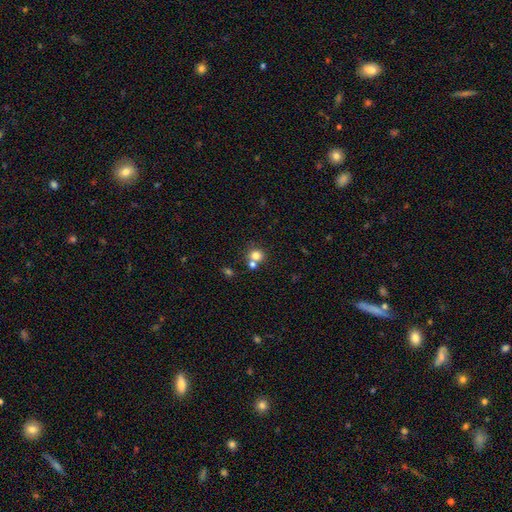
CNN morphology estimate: smooth 77%, star or artifact 13%, featured or disk 10%. Down the decision tree: how rounded — round (82%); merging — none (53%).